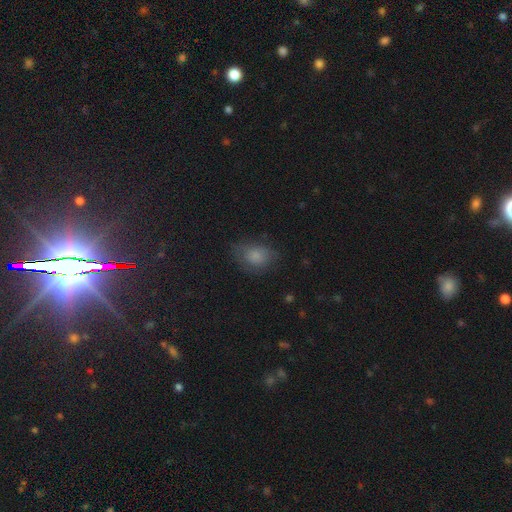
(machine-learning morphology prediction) Smooth or featured? smooth (77%)
How rounded? in between (65%)
Merging? none (65%)